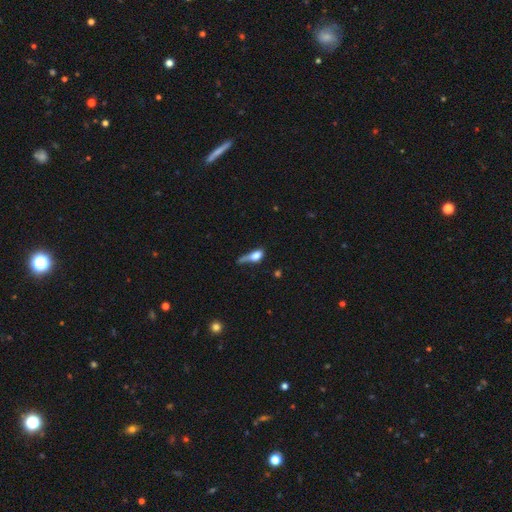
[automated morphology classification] This appears to be a smooth galaxy with no disk features (68%) that is in between round and cigar-shaped (70%). Merging: major disturbance (35%).